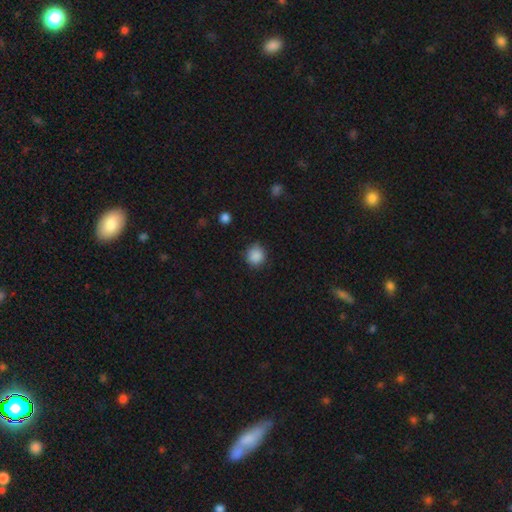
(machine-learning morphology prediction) smooth_or_featured: smooth (p=0.87) [alt: star or artifact p=0.10]
how_rounded: round (p=0.89) [alt: in between p=0.10]
merging: none (p=0.83) [alt: minor disturbance p=0.13]